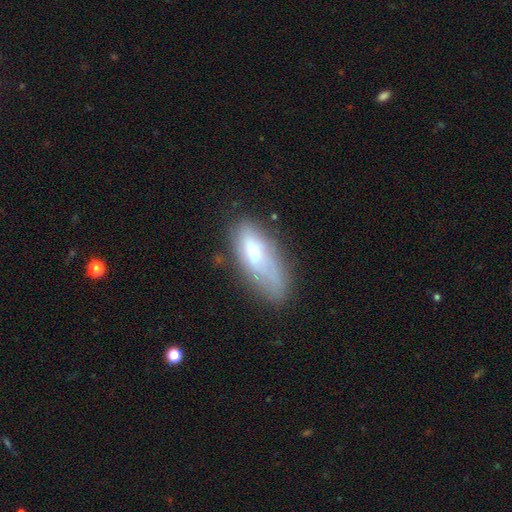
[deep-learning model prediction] A smooth galaxy with no disk features (61%) that is in between round and cigar-shaped (74%).

Vote fractions:
- Smooth or featured? smooth: 61% / featured or disk: 31% / star or artifact: 8%
- How rounded? in between: 74% / cigar-shaped: 23% / round: 2%
- Merging? none: 47% / minor disturbance: 31% / major disturbance: 17% / merger: 4%